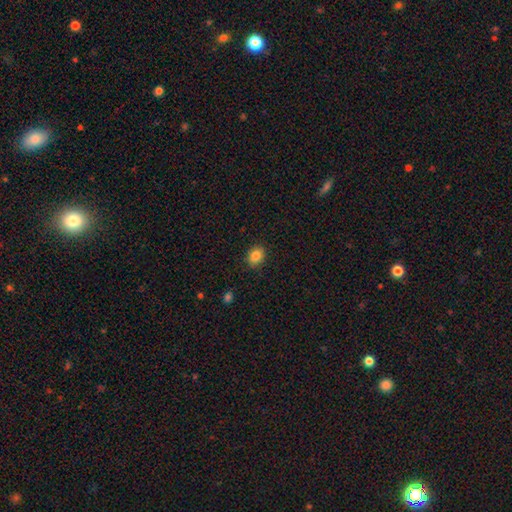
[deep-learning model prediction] Smooth or featured? smooth (85%)
How rounded? in between (56%)
Merging? none (86%)